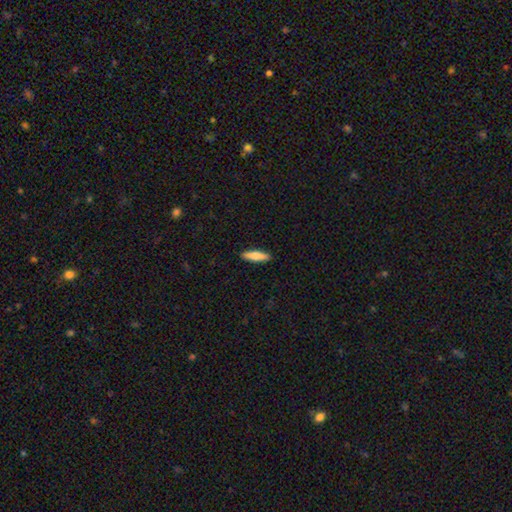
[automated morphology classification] A smooth galaxy with no disk features (77%) that is cigar-shaped (71%).

Vote fractions:
- Smooth or featured? smooth: 77% / featured or disk: 18% / star or artifact: 5%
- How rounded? cigar-shaped: 71% / in between: 27% / round: 2%
- Merging? none: 91% / minor disturbance: 6% / major disturbance: 1% / merger: 1%